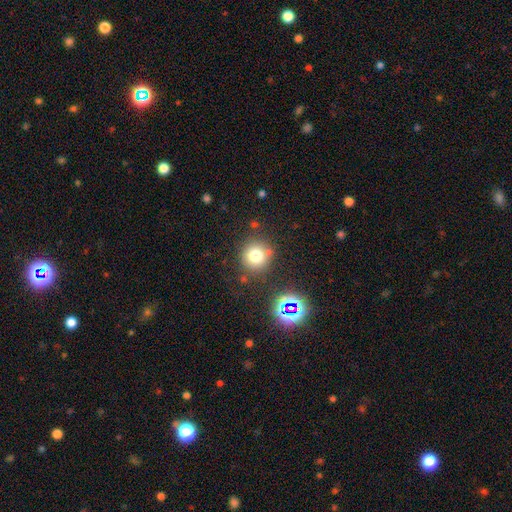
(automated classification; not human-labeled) The model was most divided on "smooth or featured": smooth: 74%, star or artifact: 17%, featured or disk: 10%. More confident: how rounded — round (92%); merging — none (80%).